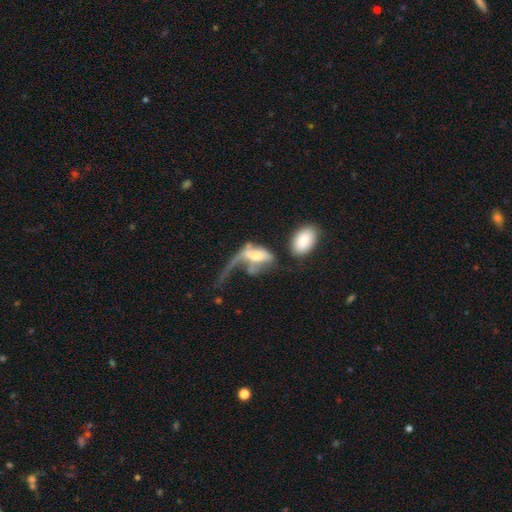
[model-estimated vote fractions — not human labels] Smooth or featured? Predicted: featured or disk (p=0.48). Merging? Predicted: major disturbance (p=0.53).